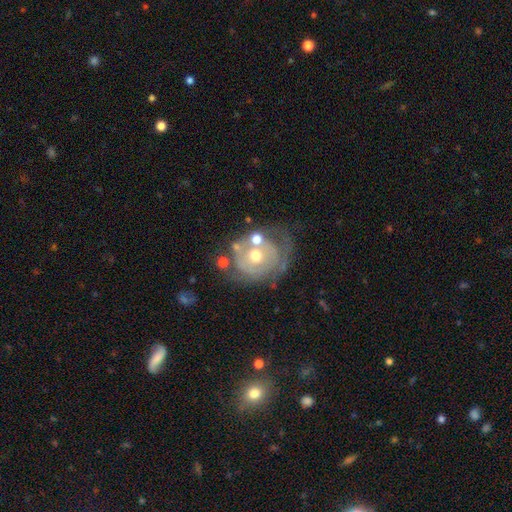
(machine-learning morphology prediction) Overall: featured or disk (65%; smooth 27%). Edge-on disk: no (96%). Bar: no (82%). Spiral arms: no (52%; yes 48%). Bulge size: moderate (66%; small 27%). Merging: none (46%; minor disturbance 22%).